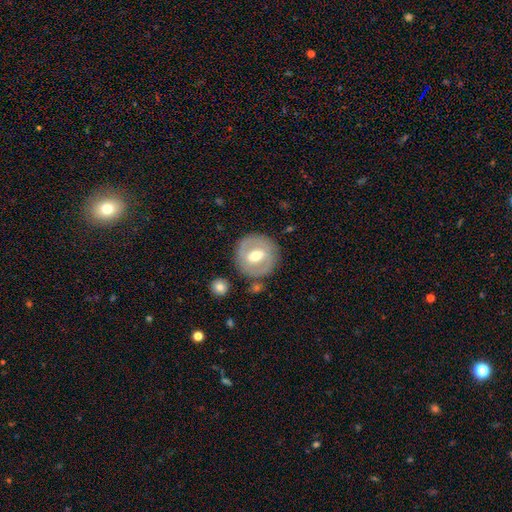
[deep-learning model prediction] Smooth or featured?
  - featured or disk: 58% *
  - smooth: 36%
  - star or artifact: 6%
Edge-on disk?
  - no: 94% *
  - yes: 6%
Bar?
  - weak: 46% *
  - strong: 29%
  - no: 25%
Spiral arms?
  - no: 58% *
  - yes: 42%
Bulge size?
  - moderate: 76% *
  - small: 13%
  - large: 9%
  - dominant: 1%
  - none: 1%
Merging?
  - none: 82% *
  - minor disturbance: 11%
  - major disturbance: 4%
  - merger: 3%